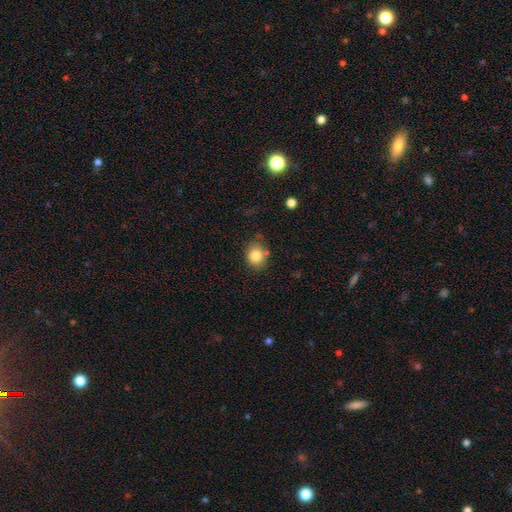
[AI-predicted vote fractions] Smooth or featured: smooth — 84% (star or artifact — 9%)
How rounded: round — 66% (in between — 33%)
Merging: none — 70% (minor disturbance — 19%)